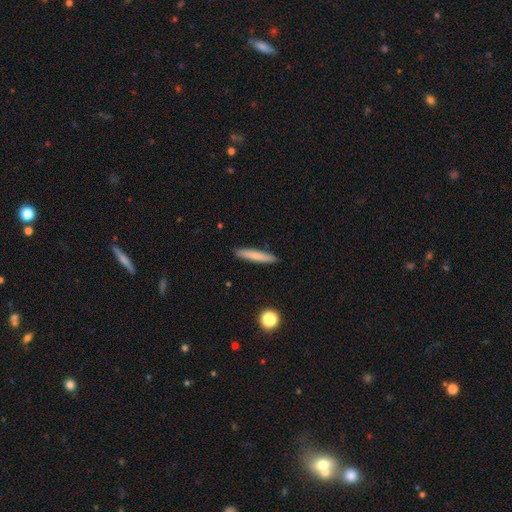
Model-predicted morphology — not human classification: Overall: smooth (76%). How rounded: cigar-shaped (92%). Merging: none (91%).